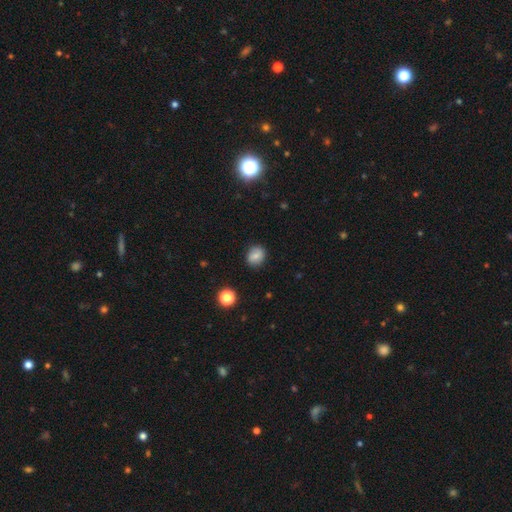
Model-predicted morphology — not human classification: smooth-or-featured: smooth: 74% | featured or disk: 15% | star or artifact: 11%
  how-rounded: round: 67% | in between: 32% | cigar-shaped: 1%
  merging: none: 85% | minor disturbance: 11% | major disturbance: 3% | merger: 2%